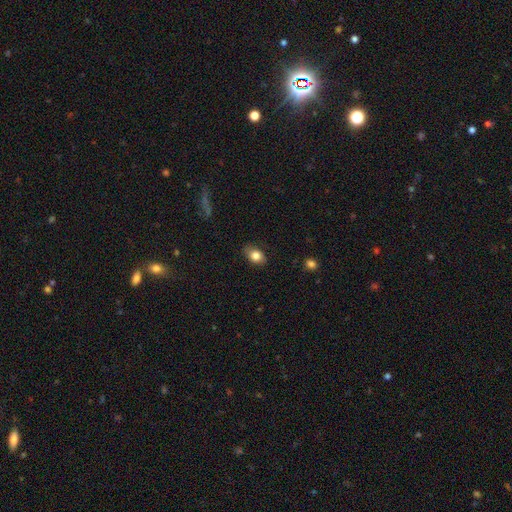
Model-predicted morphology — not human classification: Smooth or featured?
  - smooth: 81% *
  - featured or disk: 10%
  - star or artifact: 9%
How rounded?
  - in between: 76% *
  - round: 22%
  - cigar-shaped: 1%
Merging?
  - none: 79% *
  - minor disturbance: 17%
  - major disturbance: 3%
  - merger: 1%